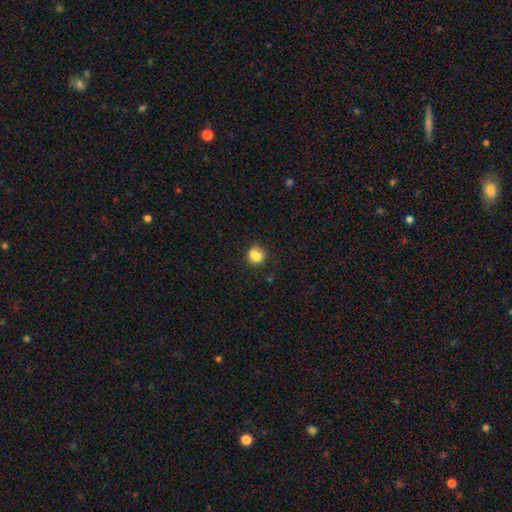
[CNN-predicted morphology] smooth-or-featured: smooth: 78% | featured or disk: 11% | star or artifact: 10%
  how-rounded: round: 73% | in between: 26% | cigar-shaped: 1%
  merging: none: 51% | merger: 26% | minor disturbance: 17% | major disturbance: 5%